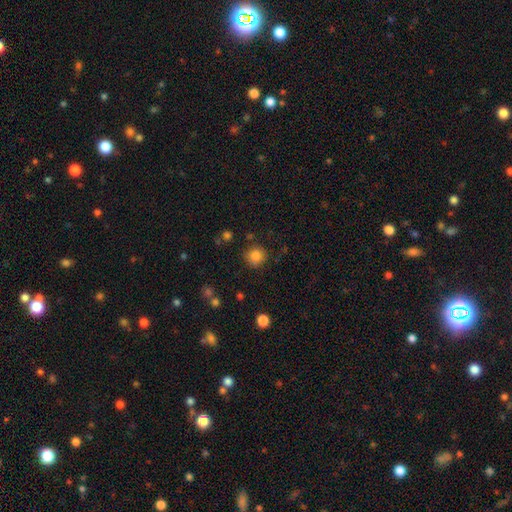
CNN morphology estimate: Smooth or featured?
  - smooth: 84% *
  - star or artifact: 11%
  - featured or disk: 5%
How rounded?
  - round: 92% *
  - in between: 7%
  - cigar-shaped: 1%
Merging?
  - none: 86% *
  - minor disturbance: 9%
  - major disturbance: 3%
  - merger: 2%